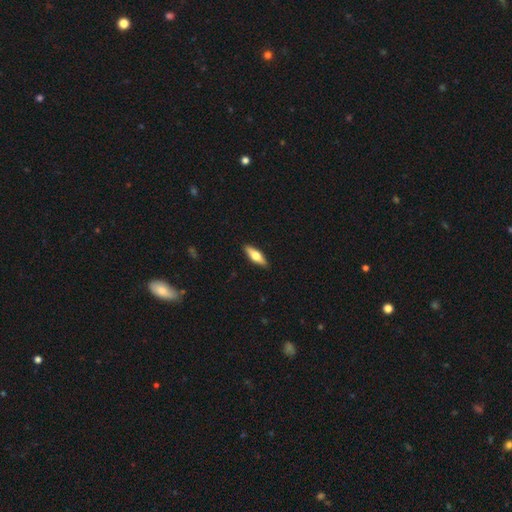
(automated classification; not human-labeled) A smooth galaxy with no disk features (51%) that is cigar-shaped (49%, tied with in between).

Vote fractions:
- Smooth or featured? smooth: 51% / featured or disk: 44% / star or artifact: 6%
- How rounded? cigar-shaped: 49% (tied) / in between: 49% (tied) / round: 3%
- Merging? none: 90% / minor disturbance: 8% / major disturbance: 2% / merger: 1%